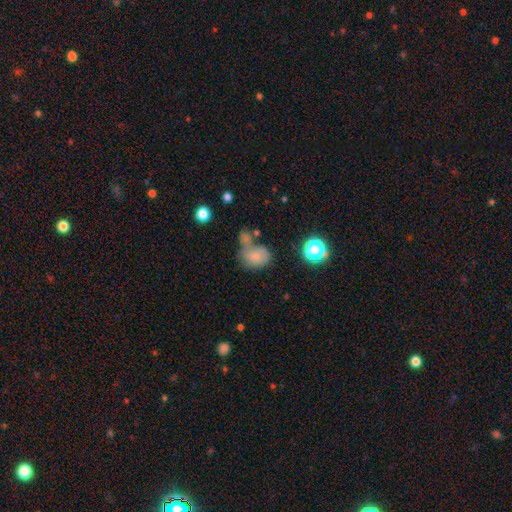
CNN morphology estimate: Smooth or featured?
  - smooth: 68% *
  - featured or disk: 19%
  - star or artifact: 12%
How rounded?
  - in between: 53% *
  - round: 46%
  - cigar-shaped: 1%
Merging?
  - merger: 42% *
  - none: 27%
  - minor disturbance: 16%
  - major disturbance: 15%